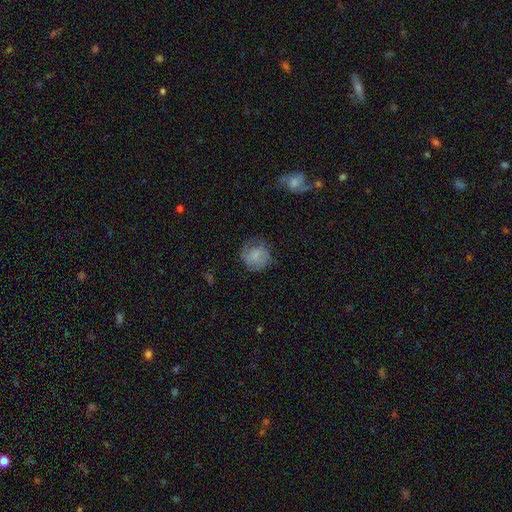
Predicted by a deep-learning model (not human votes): The model was most divided on "merging": none: 61%, minor disturbance: 26%, major disturbance: 13%, merger: 1%. More confident: how rounded — round (85%); smooth or featured — smooth (66%).